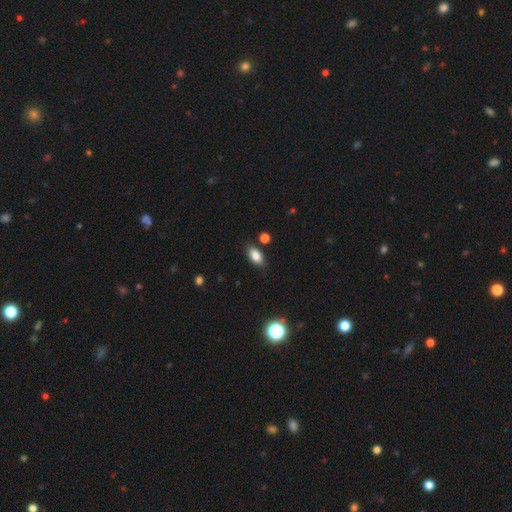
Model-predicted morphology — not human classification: Smooth or featured?
  - smooth: 84% *
  - star or artifact: 9%
  - featured or disk: 7%
How rounded?
  - in between: 90% *
  - round: 5%
  - cigar-shaped: 5%
Merging?
  - none: 82% *
  - minor disturbance: 12%
  - merger: 3%
  - major disturbance: 3%